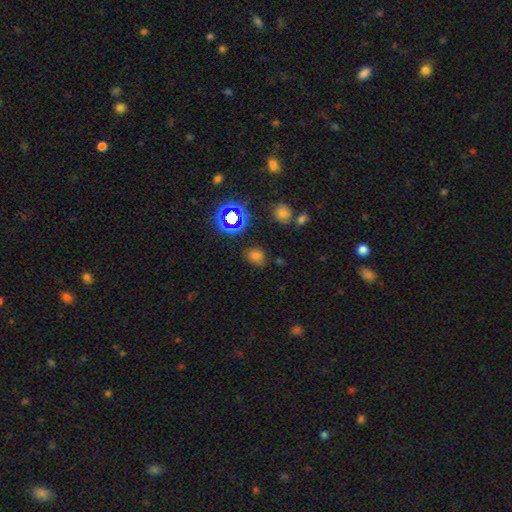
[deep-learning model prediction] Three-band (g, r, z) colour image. It shows a smooth galaxy with no disk features (66%) that is in between round and cigar-shaped (52%). Merging: none (76%).